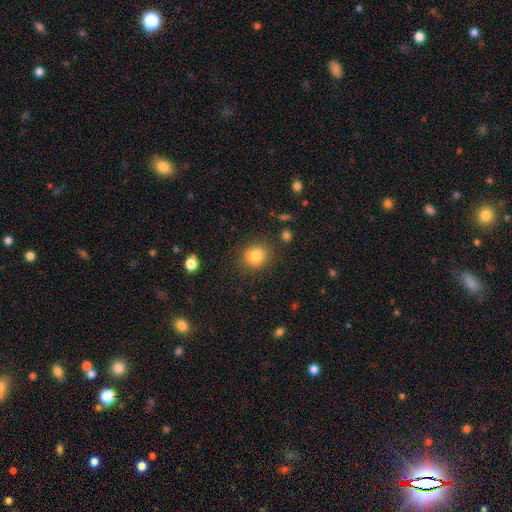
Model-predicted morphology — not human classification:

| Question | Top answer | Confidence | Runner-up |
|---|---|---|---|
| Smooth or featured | smooth | 81% | star or artifact (11%) |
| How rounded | round | 79% | in between (20%) |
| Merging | none | 83% | minor disturbance (11%) |